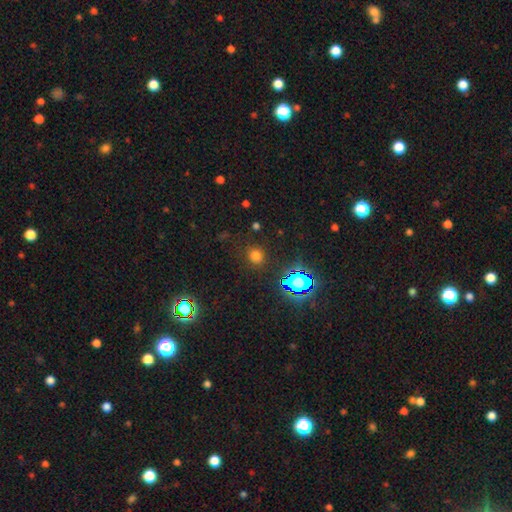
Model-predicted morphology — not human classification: Q: Smooth or featured?
A: smooth (68%); runner-up: star or artifact (27%)
Q: How rounded?
A: round (84%); runner-up: in between (15%)
Q: Merging?
A: none (85%); runner-up: minor disturbance (9%)